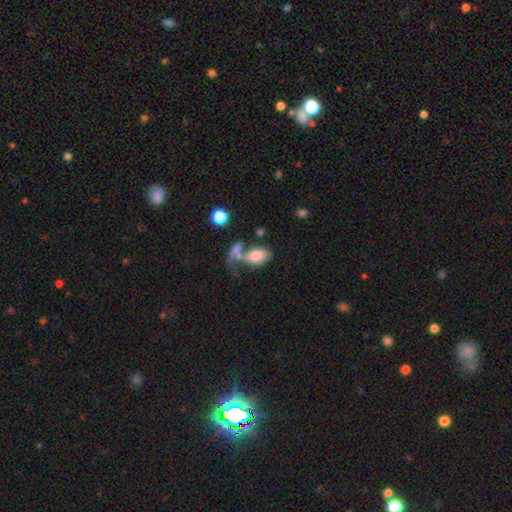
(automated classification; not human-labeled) This is likely a smooth galaxy (74%). How rounded: clearly in between (90%). Merging: marginally merger (43%).